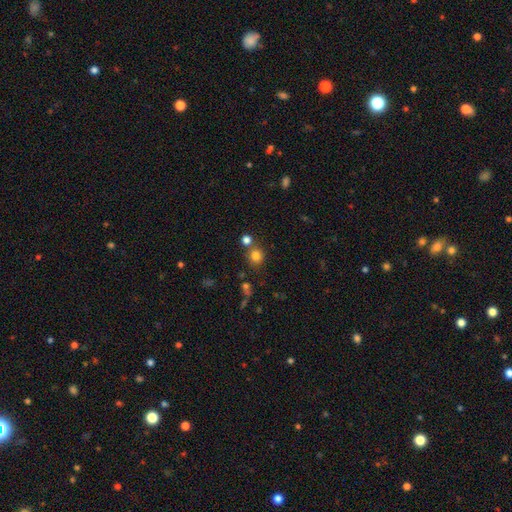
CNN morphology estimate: A smooth galaxy with no disk features (79%) that is round (87%). Merging: none (73%).